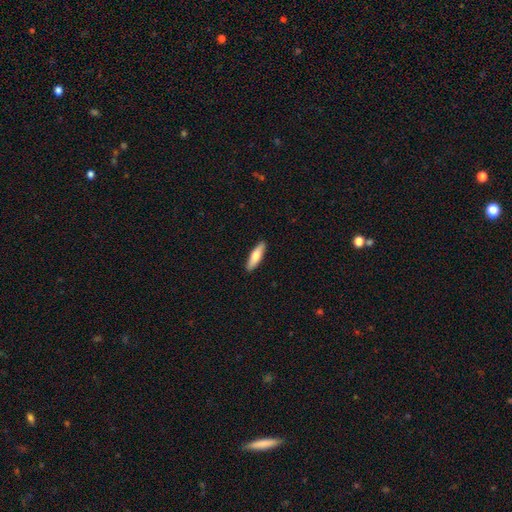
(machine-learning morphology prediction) Q: Smooth or featured?
A: smooth (69%); runner-up: featured or disk (26%)
Q: How rounded?
A: cigar-shaped (64%); runner-up: in between (34%)
Q: Merging?
A: none (91%); runner-up: minor disturbance (7%)